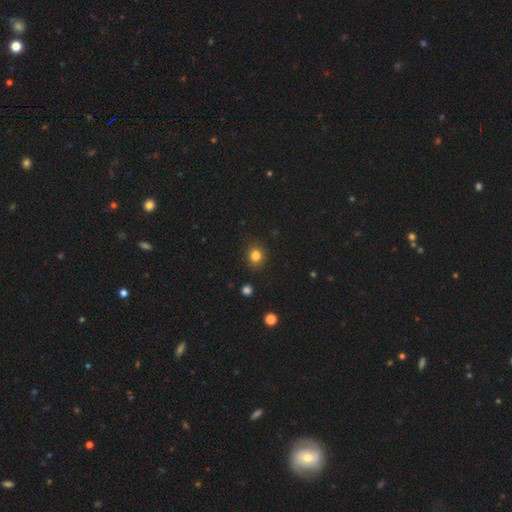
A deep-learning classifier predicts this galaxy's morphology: Overall: smooth (82%). How rounded: round (80%). Merging: none (89%).